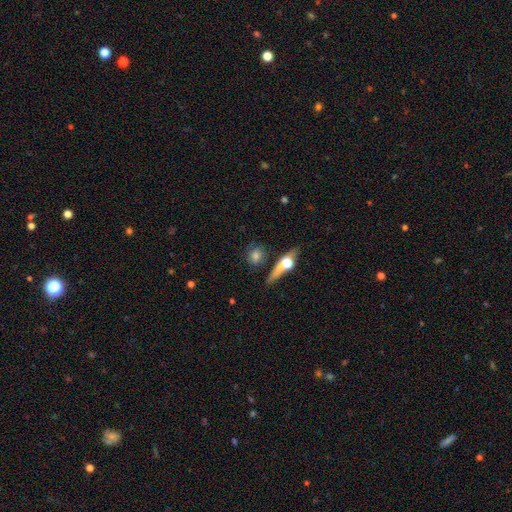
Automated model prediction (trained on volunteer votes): This appears to be a smooth galaxy with no disk features (64%) that is round (59%). Merging: none (67%).